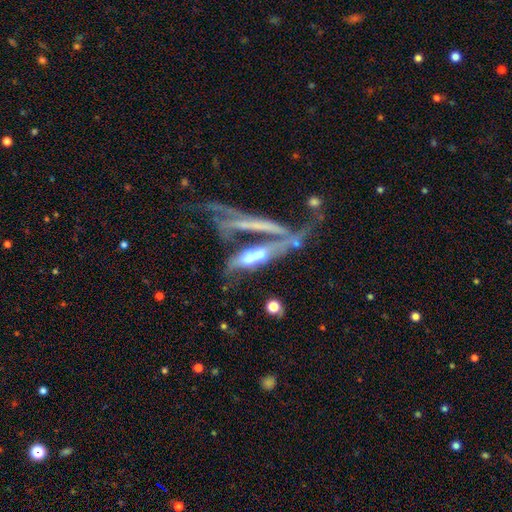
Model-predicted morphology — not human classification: Smooth or featured: featured or disk — 52% (smooth — 37%)
Edge-on disk: no — 55% (yes — 45%)
Merging: merger — 48% (major disturbance — 22%)